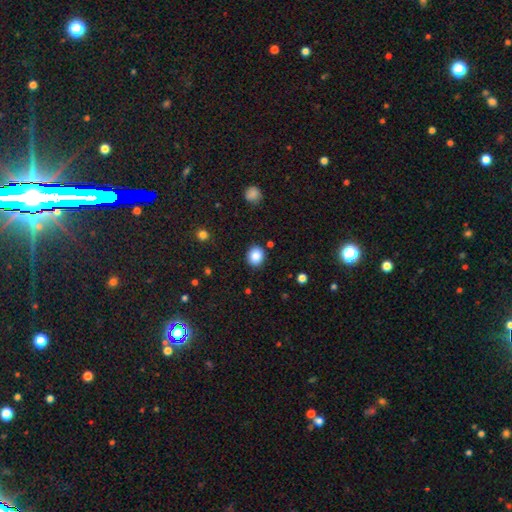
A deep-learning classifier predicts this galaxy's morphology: smooth-or-featured: smooth: 87% | star or artifact: 9% | featured or disk: 4%
  how-rounded: round: 68% | in between: 32% | cigar-shaped: 1%
  merging: none: 87% | minor disturbance: 9% | major disturbance: 3% | merger: 2%